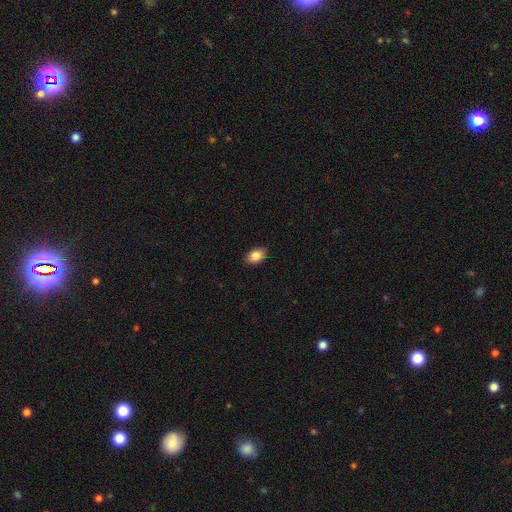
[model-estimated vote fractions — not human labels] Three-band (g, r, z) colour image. It shows a smooth galaxy with no disk features (86%) that is in between round and cigar-shaped (85%). Merging: none (88%).